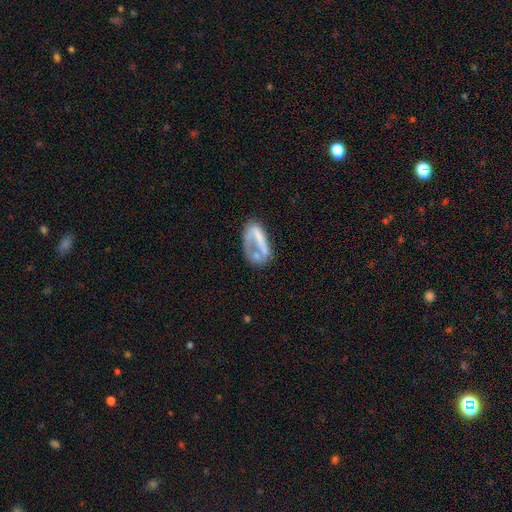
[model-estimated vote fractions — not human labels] A featured or disk galaxy (47%). Merging: major disturbance (35%).